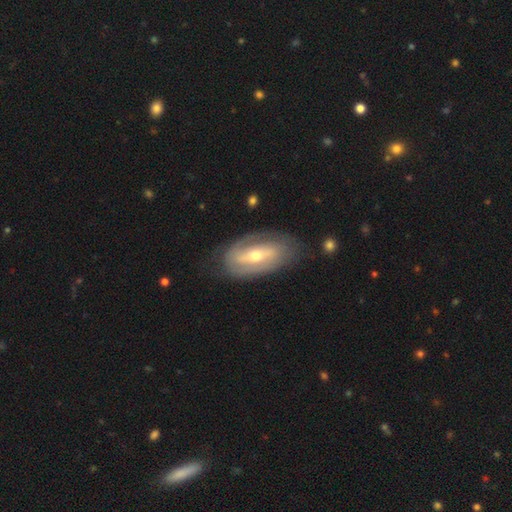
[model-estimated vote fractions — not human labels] This is likely a featured or disk galaxy (79%). It is clearly not viewed edge-on (92%). Bar: possibly strong (47%). Spiral arm pattern: clearly yes (81%). Spiral arm count: likely 2 (74%). Spiral winding: marginally tight (43%). Central bulge: possibly moderate (59%). Merging: likely none (75%).